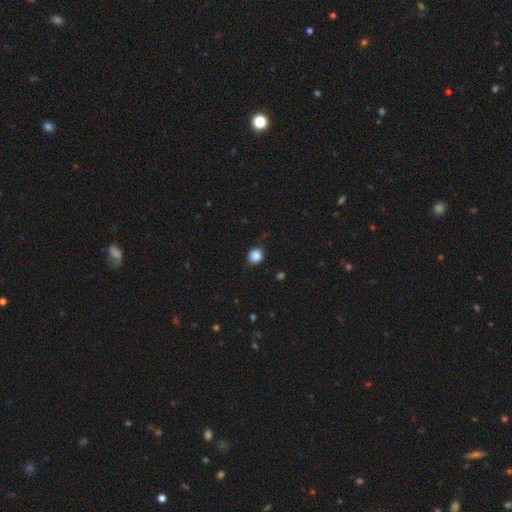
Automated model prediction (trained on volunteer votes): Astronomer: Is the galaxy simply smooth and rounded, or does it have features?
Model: smooth — 86%.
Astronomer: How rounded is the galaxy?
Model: round — 82%.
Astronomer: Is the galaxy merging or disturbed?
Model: none — 88%.